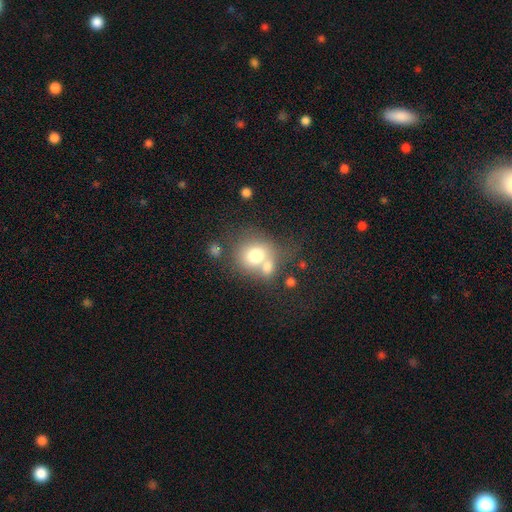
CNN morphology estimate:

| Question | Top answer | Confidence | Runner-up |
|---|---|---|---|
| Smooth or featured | smooth | 71% | featured or disk (18%) |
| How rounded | round | 76% | in between (23%) |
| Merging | merger | 43% | none (39%) |